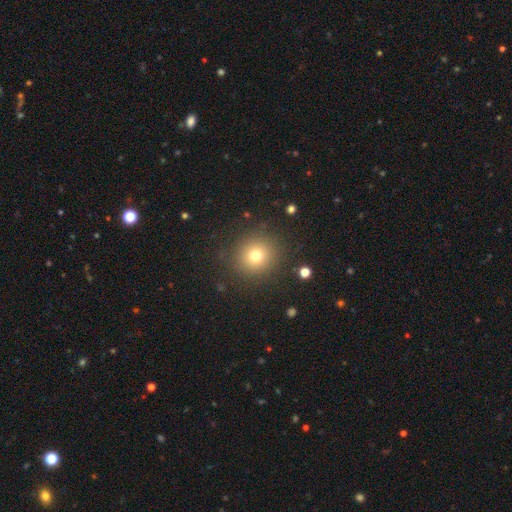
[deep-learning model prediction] Q: Smooth or featured?
A: smooth (74%); runner-up: star or artifact (16%)
Q: How rounded?
A: round (92%); runner-up: in between (7%)
Q: Merging?
A: none (87%); runner-up: minor disturbance (8%)